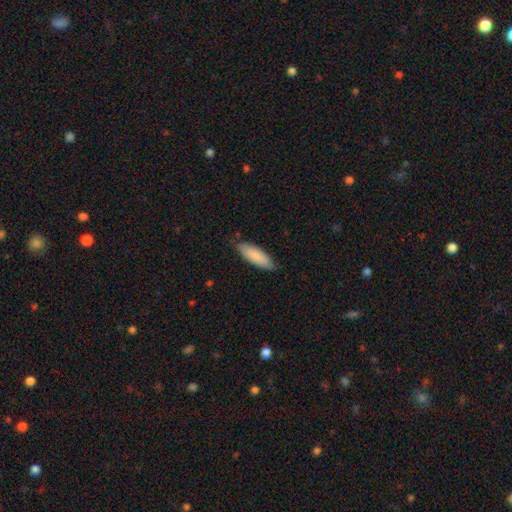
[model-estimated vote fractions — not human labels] Morphology: type=smooth (87%); roundness=in between (56%); merging=none (80%).